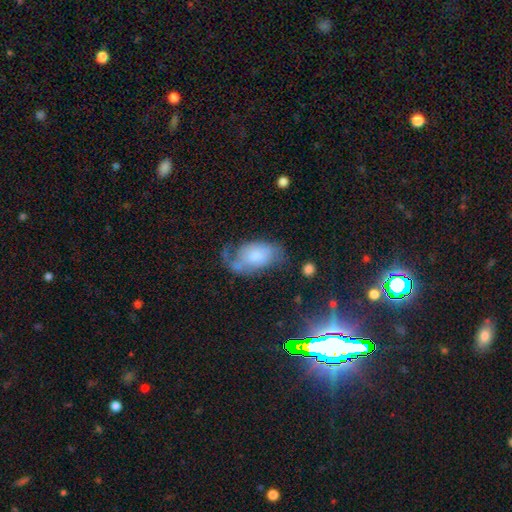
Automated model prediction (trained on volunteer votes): smooth_or_featured: smooth (p=0.48) [alt: featured or disk p=0.43]
merging: none (p=0.37) [alt: minor disturbance p=0.30]